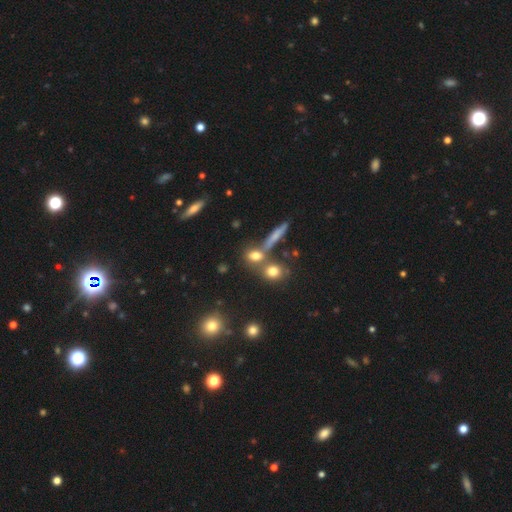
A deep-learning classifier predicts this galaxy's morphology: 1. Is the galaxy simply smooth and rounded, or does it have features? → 70% smooth, 15% star or artifact, 15% featured or disk.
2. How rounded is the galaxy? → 45% round, 40% in between, 15% cigar-shaped.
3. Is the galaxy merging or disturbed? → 53% none, 31% merger, 11% minor disturbance, 5% major disturbance.